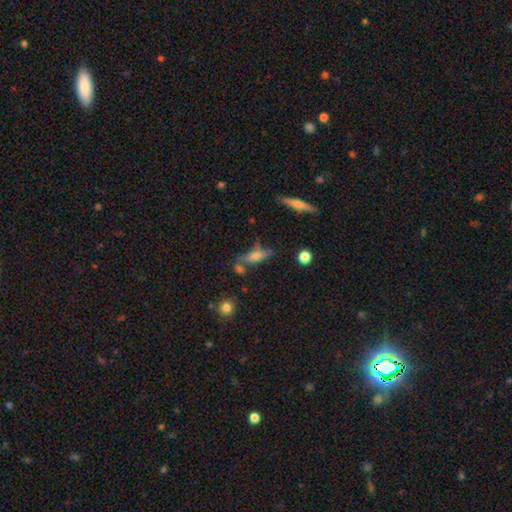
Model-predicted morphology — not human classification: smooth 47%, featured or disk 41%, star or artifact 12%. Down the decision tree: merging — none (60%).